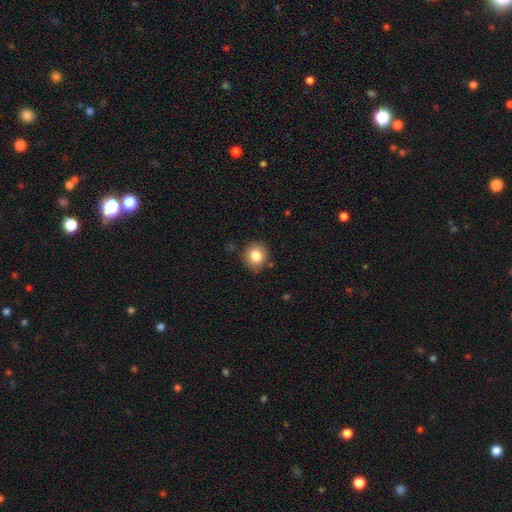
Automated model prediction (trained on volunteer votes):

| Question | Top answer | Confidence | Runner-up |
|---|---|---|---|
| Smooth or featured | smooth | 82% | star or artifact (10%) |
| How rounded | round | 82% | in between (18%) |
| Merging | none | 85% | minor disturbance (11%) |